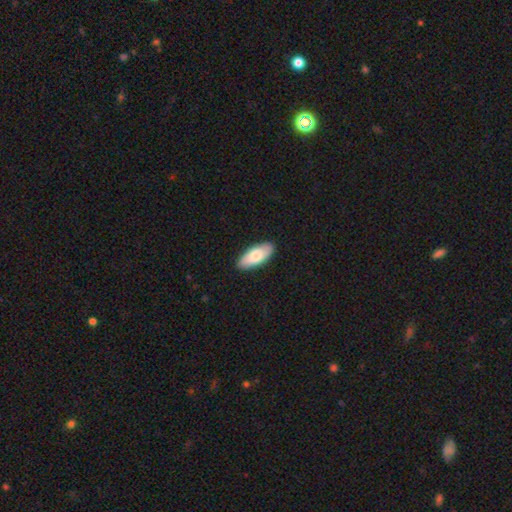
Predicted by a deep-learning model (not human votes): Overall: smooth (76%). How rounded: in between (84%). Merging: none (88%).